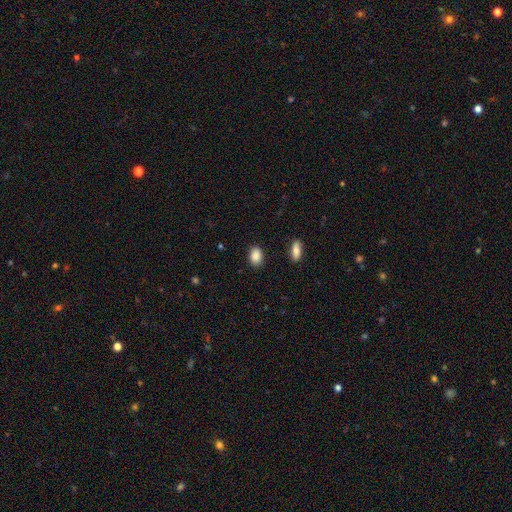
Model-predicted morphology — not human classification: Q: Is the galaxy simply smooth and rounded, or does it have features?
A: smooth — 88%.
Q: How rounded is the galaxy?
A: in between — 77%.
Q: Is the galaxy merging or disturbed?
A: none — 86%.